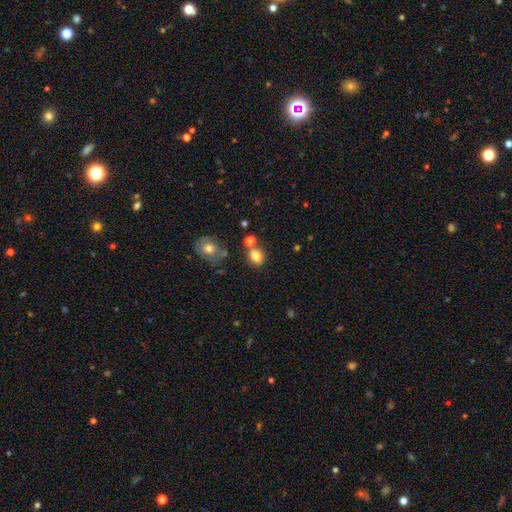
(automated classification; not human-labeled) Q: Smooth or featured?
A: smooth (80%); runner-up: star or artifact (11%)
Q: How rounded?
A: in between (53%); runner-up: round (46%)
Q: Merging?
A: none (65%); runner-up: merger (17%)